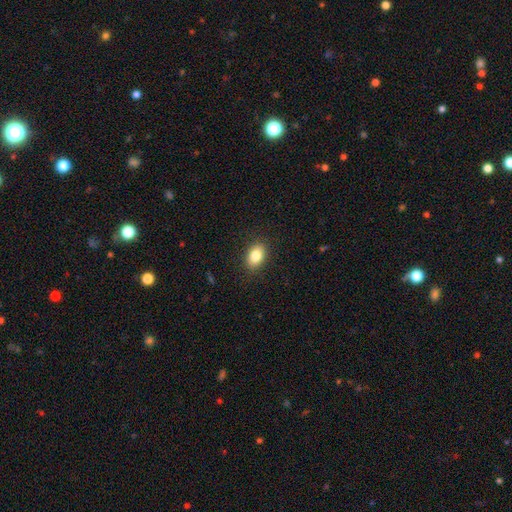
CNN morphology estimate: This appears to be a smooth galaxy with no disk features (84%) that is in between round and cigar-shaped (85%). Merging: none (88%).